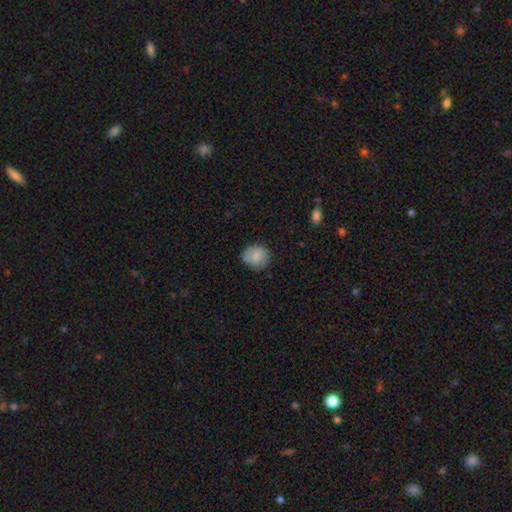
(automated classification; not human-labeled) Smooth or featured? Predicted: smooth (p=0.82). How rounded? Predicted: round (p=0.73). Merging? Predicted: none (p=0.76).